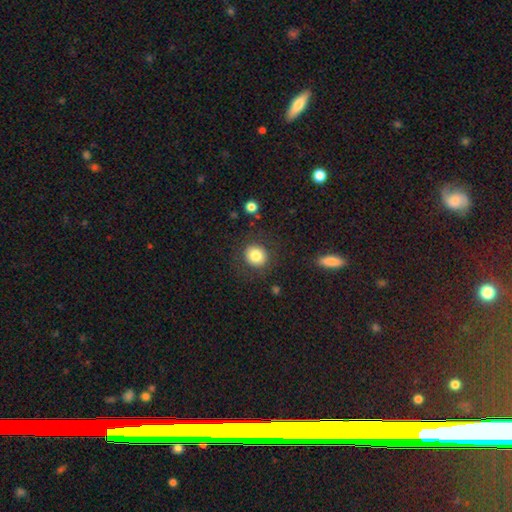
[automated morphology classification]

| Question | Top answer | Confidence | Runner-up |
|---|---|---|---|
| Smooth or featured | smooth | 82% | star or artifact (10%) |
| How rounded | round | 86% | in between (13%) |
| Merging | none | 86% | minor disturbance (9%) |